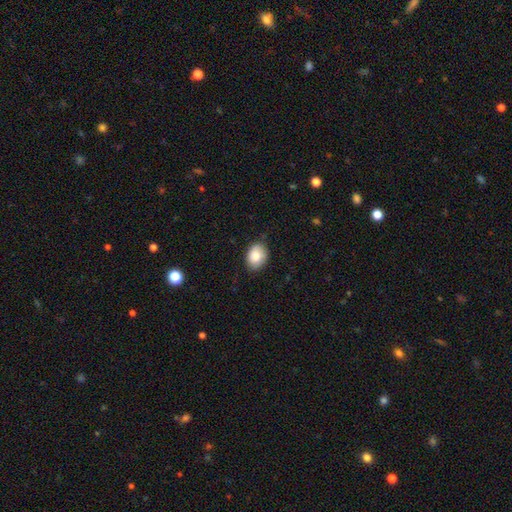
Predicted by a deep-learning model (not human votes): smooth_or_featured: smooth (p=0.85) [alt: featured or disk p=0.08]
how_rounded: in between (p=0.72) [alt: round p=0.27]
merging: none (p=0.79) [alt: minor disturbance p=0.18]